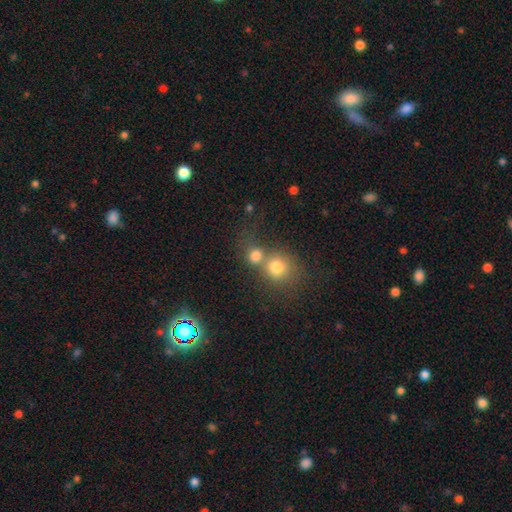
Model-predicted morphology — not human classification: Smooth or featured? Predicted: smooth (p=0.76). How rounded? Predicted: round (p=0.81). Merging? Predicted: merger (p=0.51).